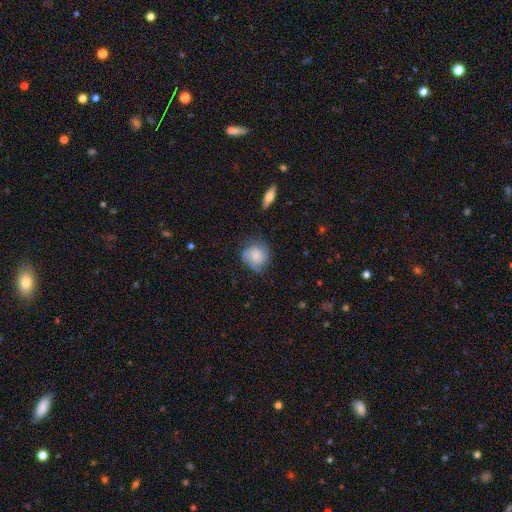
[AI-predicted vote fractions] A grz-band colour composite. It shows a smooth galaxy with no disk features (74%) that is round (84%). Merging: none (64%).